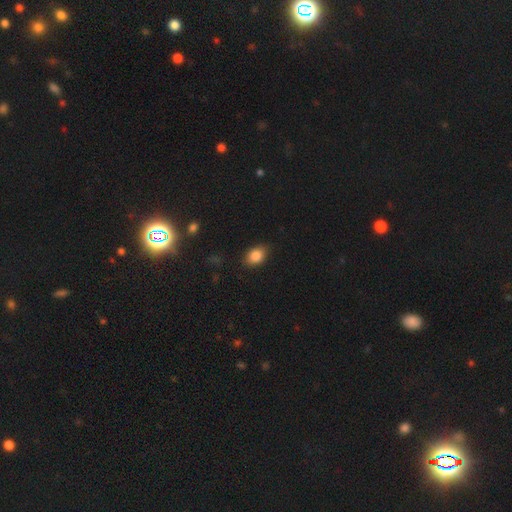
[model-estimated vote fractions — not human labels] This appears to be a smooth galaxy with no disk features (85%) that is in between round and cigar-shaped (73%). Merging: none (84%).